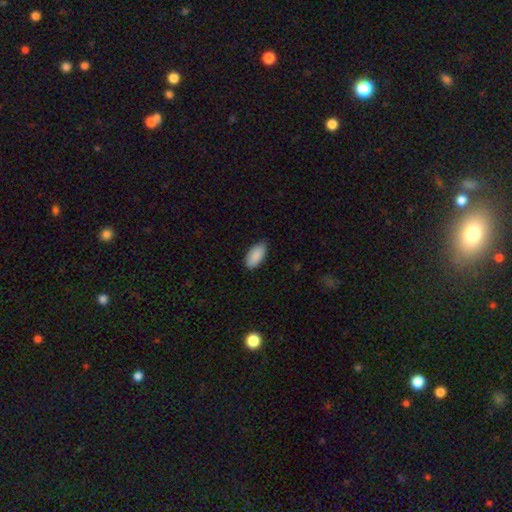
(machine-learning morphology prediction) smooth_or_featured: smooth (p=0.90) [alt: star or artifact p=0.06]
how_rounded: in between (p=0.93) [alt: cigar-shaped p=0.05]
merging: none (p=0.82) [alt: minor disturbance p=0.14]